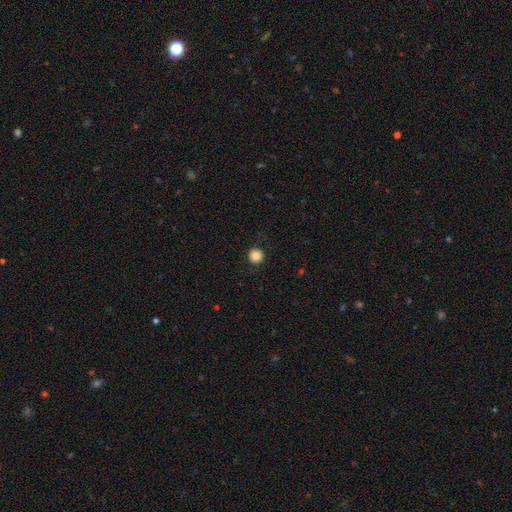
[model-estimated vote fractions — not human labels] Morphology: type=smooth (84%); roundness=round (95%); merging=none (92%).